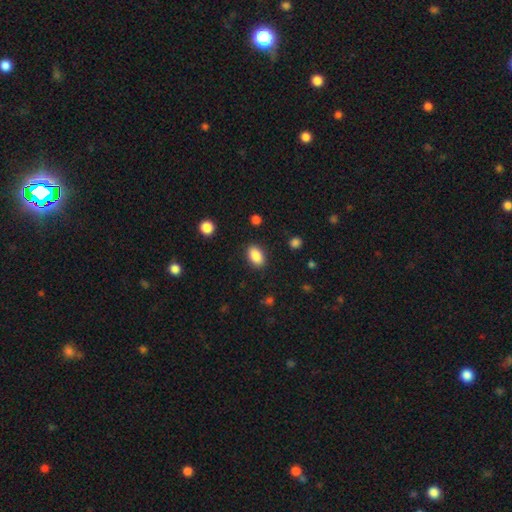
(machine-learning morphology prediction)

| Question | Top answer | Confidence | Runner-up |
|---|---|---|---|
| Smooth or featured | smooth | 88% | star or artifact (8%) |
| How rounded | in between | 87% | round (11%) |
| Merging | none | 88% | minor disturbance (8%) |